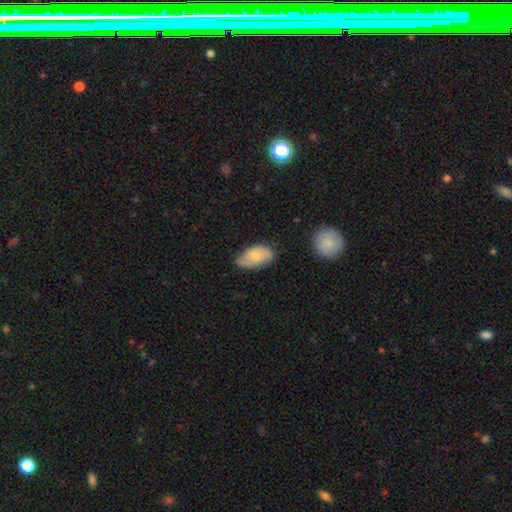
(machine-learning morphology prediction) Smooth or featured?
  - smooth: 58% *
  - featured or disk: 35%
  - star or artifact: 7%
How rounded?
  - in between: 93% *
  - round: 5%
  - cigar-shaped: 2%
Merging?
  - none: 52% *
  - minor disturbance: 35%
  - major disturbance: 10%
  - merger: 2%